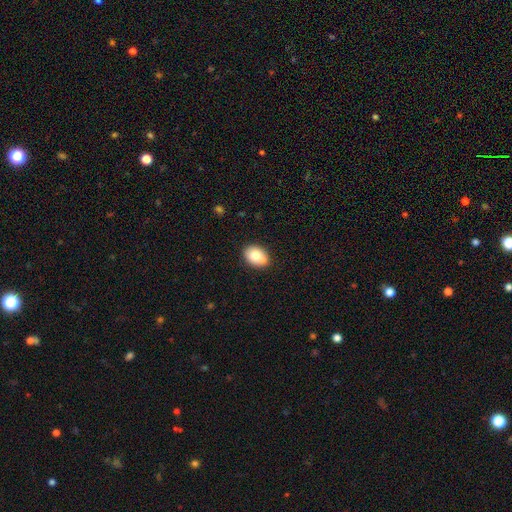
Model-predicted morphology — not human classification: Smooth or featured? Predicted: smooth (p=0.77). How rounded? Predicted: in between (p=0.70). Merging? Predicted: none (p=0.70).